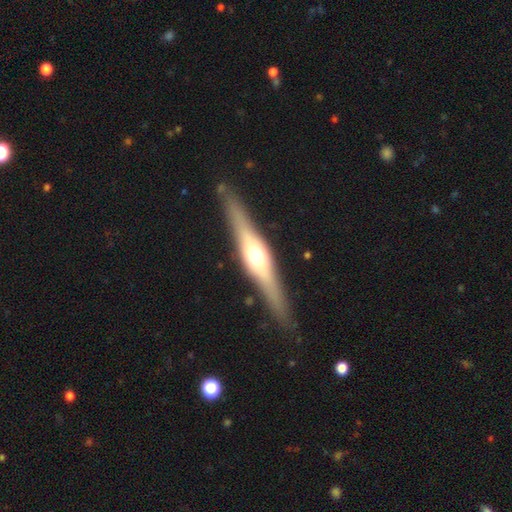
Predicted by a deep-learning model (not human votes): Smooth or featured?
  - featured or disk: 68% *
  - smooth: 26%
  - star or artifact: 6%
Edge-on disk?
  - yes: 95% *
  - no: 5%
Edge-on bulge?
  - rounded: 92% *
  - boxy: 6%
  - none: 3%
Merging?
  - none: 87% *
  - minor disturbance: 10%
  - major disturbance: 2%
  - merger: 2%